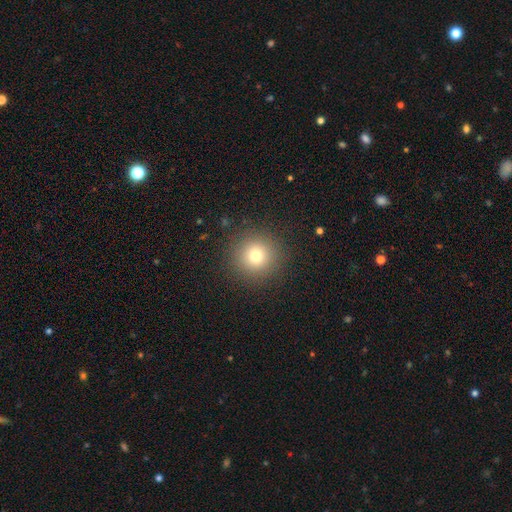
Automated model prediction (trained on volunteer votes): smooth_or_featured: smooth (p=0.77) [alt: star or artifact p=0.14]
how_rounded: round (p=0.95) [alt: in between p=0.04]
merging: none (p=0.90) [alt: minor disturbance p=0.06]